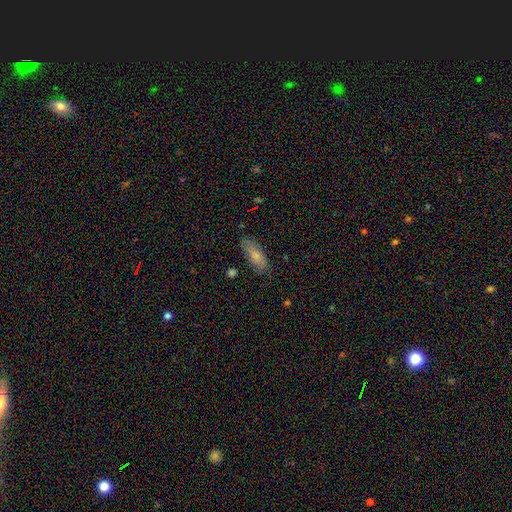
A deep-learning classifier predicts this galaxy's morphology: The model was most divided on "how rounded": in between: 70%, cigar-shaped: 28%, round: 2%. More confident: smooth or featured — smooth (78%); merging — none (77%).